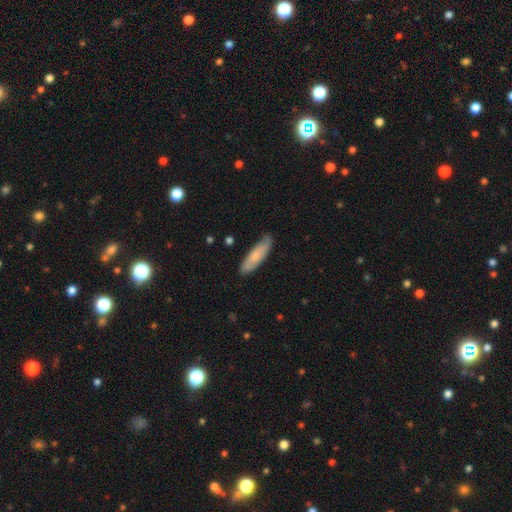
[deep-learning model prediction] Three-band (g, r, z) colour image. It shows a smooth galaxy with no disk features (69%) that is cigar-shaped (64%). Merging: none (78%).